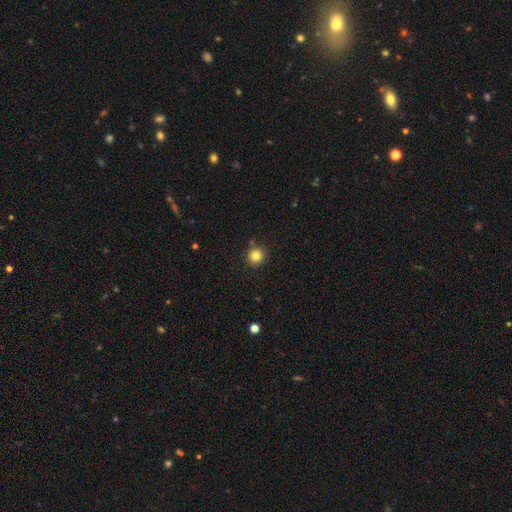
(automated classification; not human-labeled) Morphology: type=smooth (83%); roundness=round (93%); merging=none (87%).